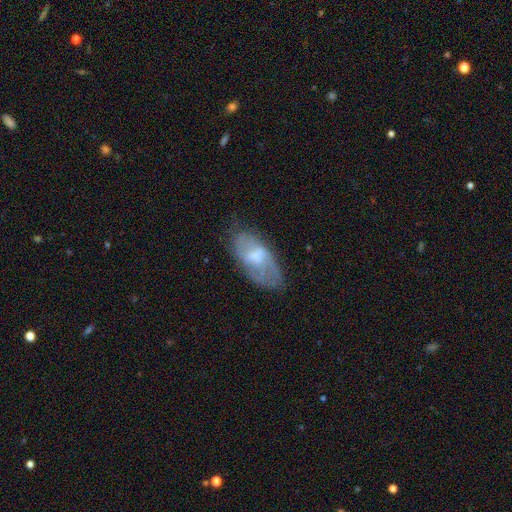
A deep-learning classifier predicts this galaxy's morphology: Smooth or featured: featured or disk — 47% (smooth — 46%)
Merging: none — 57% (minor disturbance — 28%)